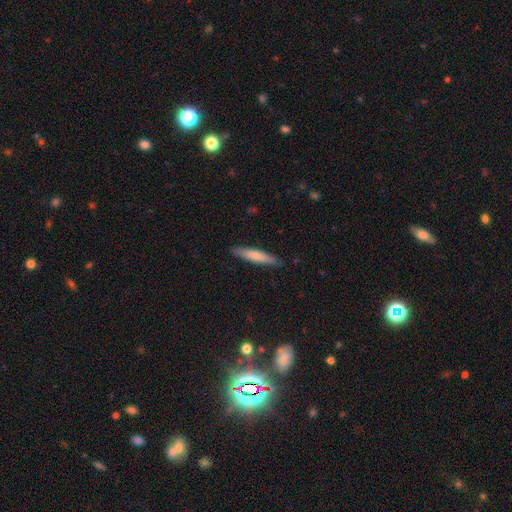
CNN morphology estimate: type=smooth (70%); roundness=cigar-shaped (88%); merging=none (87%).